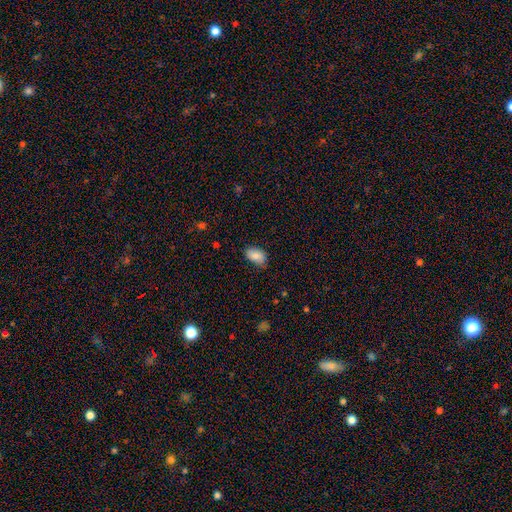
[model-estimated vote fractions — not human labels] This is clearly a smooth galaxy (84%). How rounded: clearly in between (91%). Merging: likely none (75%).